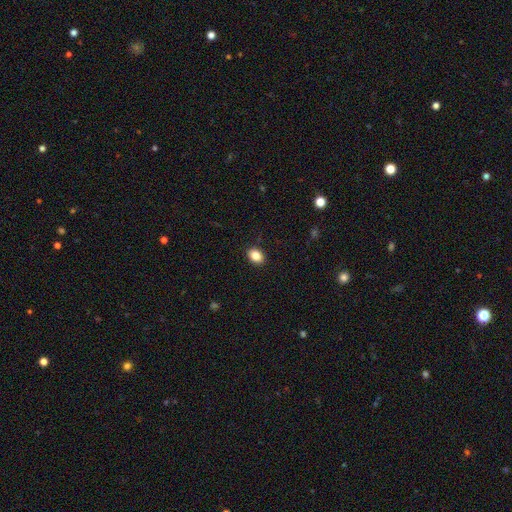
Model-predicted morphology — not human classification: Smooth or featured?
  - smooth: 85% *
  - star or artifact: 9%
  - featured or disk: 5%
How rounded?
  - in between: 69% *
  - round: 30%
  - cigar-shaped: 1%
Merging?
  - none: 90% *
  - minor disturbance: 7%
  - major disturbance: 2%
  - merger: 1%